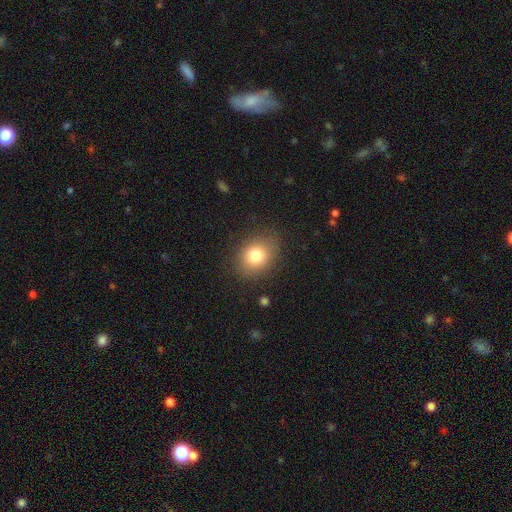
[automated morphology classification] The model was most divided on "how rounded": round: 52%, in between: 47%, cigar-shaped: 1%. More confident: merging — none (84%); smooth or featured — smooth (79%).